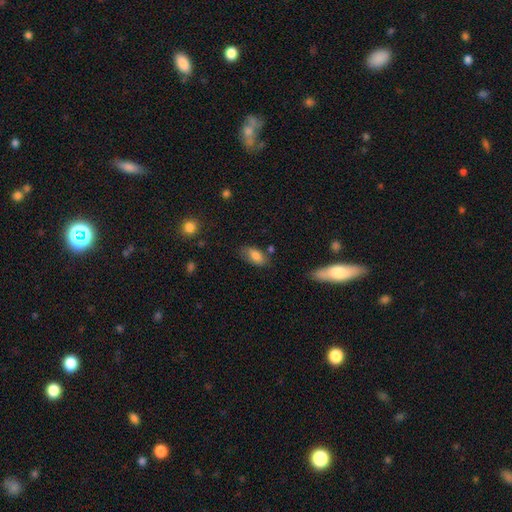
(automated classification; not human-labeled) Smooth or featured?
  - smooth: 81% *
  - featured or disk: 11%
  - star or artifact: 8%
How rounded?
  - in between: 92% *
  - cigar-shaped: 5%
  - round: 4%
Merging?
  - none: 70% *
  - minor disturbance: 20%
  - merger: 5%
  - major disturbance: 5%